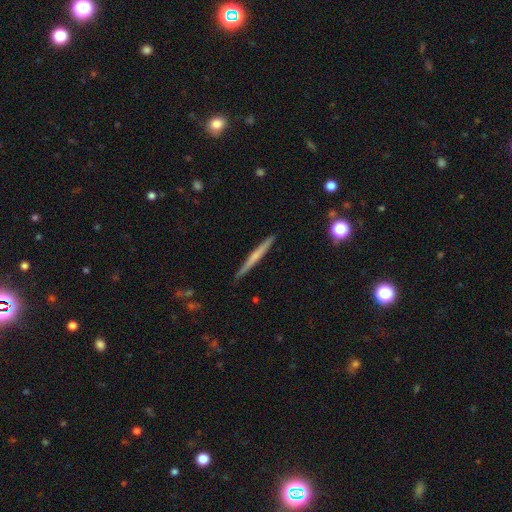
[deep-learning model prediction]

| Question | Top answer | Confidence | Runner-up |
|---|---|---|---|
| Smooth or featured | featured or disk | 50% | smooth (44%) |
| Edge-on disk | yes | 97% | no (3%) |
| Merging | none | 89% | minor disturbance (8%) |